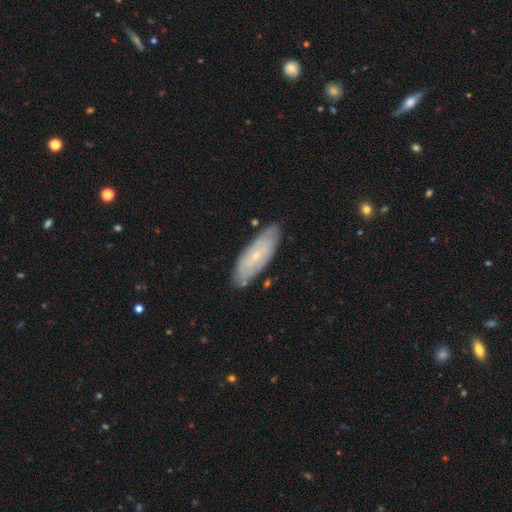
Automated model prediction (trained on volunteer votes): The model was most divided on "smooth or featured": featured or disk: 54%, smooth: 38%, star or artifact: 7%. More confident: merging — none (81%); edge-on disk — no (79%).